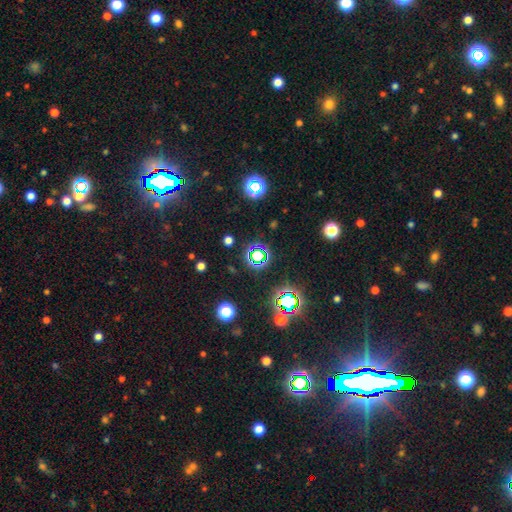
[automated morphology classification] smooth_or_featured: star or artifact (p=0.73) [alt: smooth p=0.19]